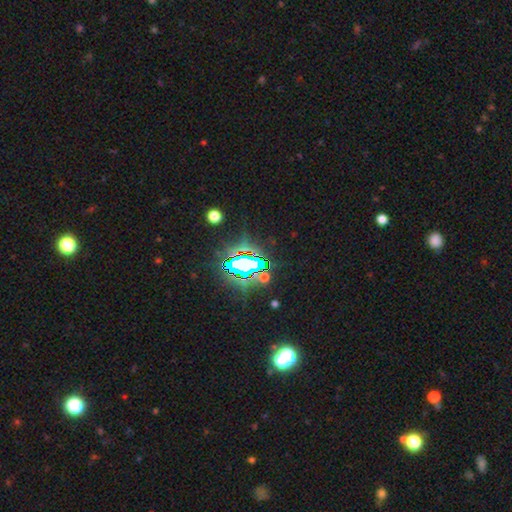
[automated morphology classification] The model was most divided on "smooth or featured": star or artifact: 77%, smooth: 13%, featured or disk: 10%.